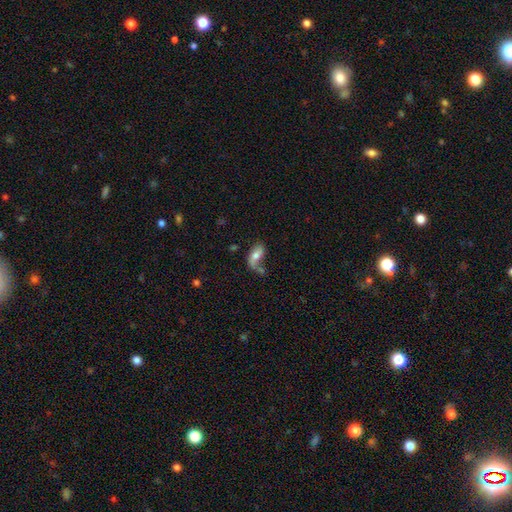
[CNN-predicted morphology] Smooth or featured?
  - smooth: 53% *
  - featured or disk: 39%
  - star or artifact: 8%
How rounded?
  - in between: 86% *
  - cigar-shaped: 8%
  - round: 5%
Merging?
  - none: 37% *
  - minor disturbance: 22%
  - major disturbance: 21%
  - merger: 21%